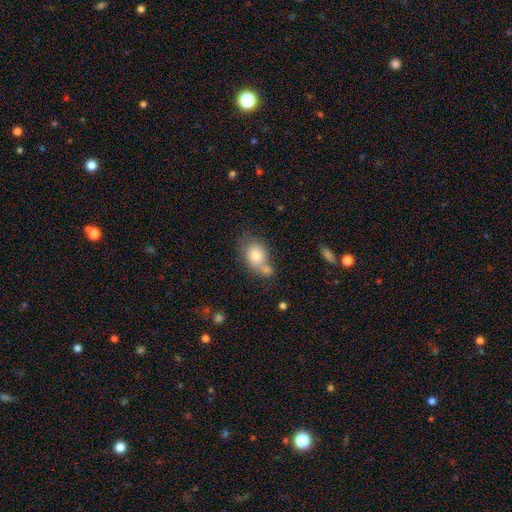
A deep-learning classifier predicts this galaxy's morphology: Smooth or featured: smooth — 78% (featured or disk — 14%)
How rounded: in between — 66% (round — 33%)
Merging: merger — 40% (none — 36%)